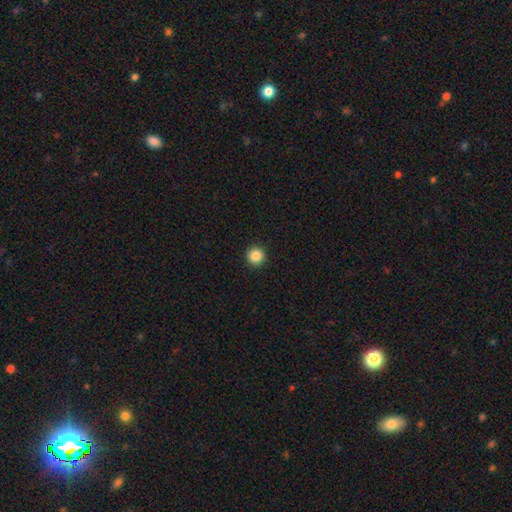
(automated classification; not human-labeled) This appears to be a smooth galaxy with no disk features (87%) that is round (96%). Merging: none (93%).